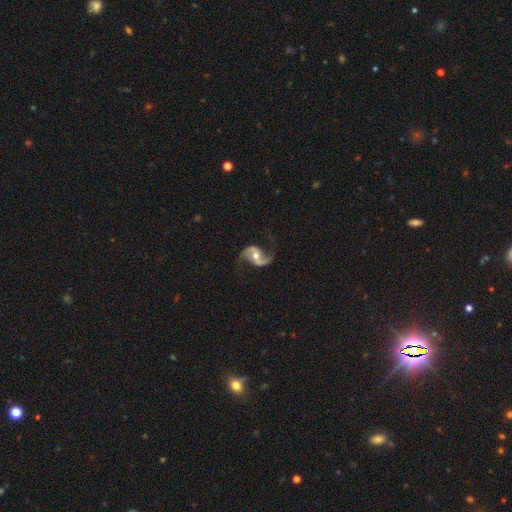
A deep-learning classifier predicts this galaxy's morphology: Overall: featured or disk (91%). Edge-on disk: no (98%). Bar: no (44%; weak 34%). Spiral arms: yes (98%). Spiral arm count: 2 (94%). Spiral winding: loose (63%; medium 31%). Bulge size: moderate (67%; small 27%). Merging: none (78%).